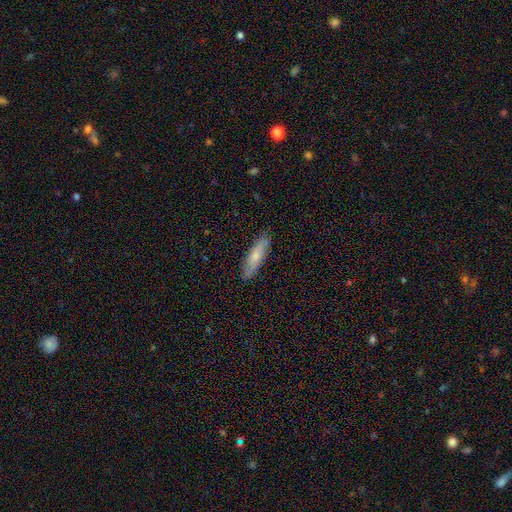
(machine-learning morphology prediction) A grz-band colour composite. It shows a smooth galaxy with no disk features (69%) that is cigar-shaped (65%). Merging: none (86%).